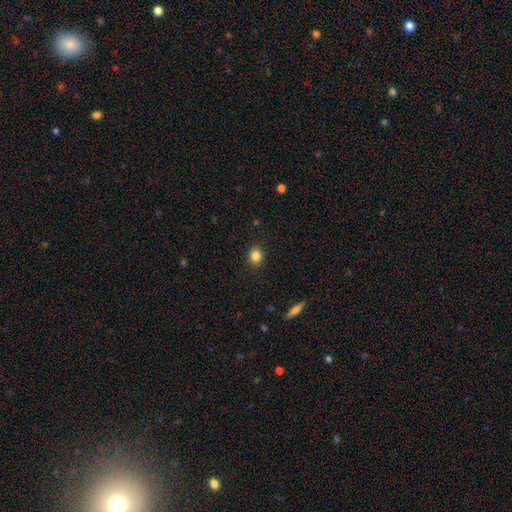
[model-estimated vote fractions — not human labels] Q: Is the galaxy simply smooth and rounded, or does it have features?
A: smooth — 83%.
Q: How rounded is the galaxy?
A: round — 64%.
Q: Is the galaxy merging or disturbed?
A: none — 89%.